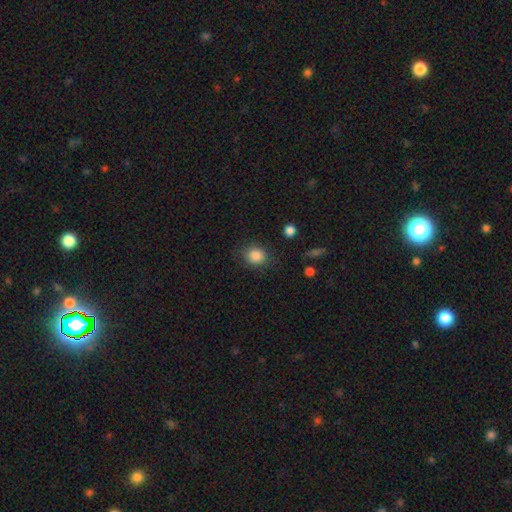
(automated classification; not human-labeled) A smooth galaxy with no disk features (86%) that is round (70%).

Vote fractions:
- Smooth or featured? smooth: 86% / star or artifact: 9% / featured or disk: 4%
- How rounded? round: 70% / in between: 29% / cigar-shaped: 1%
- Merging? none: 81% / minor disturbance: 13% / major disturbance: 4% / merger: 2%